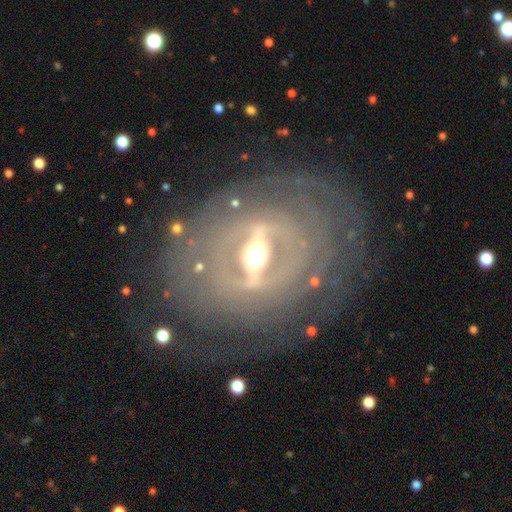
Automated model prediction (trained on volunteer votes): Smooth or featured? Predicted: featured or disk (p=0.88). Edge-on disk? Predicted: no (p=0.81). Bar? Predicted: strong (p=0.79). Spiral arms? Predicted: yes (p=0.61). Bulge size? Predicted: moderate (p=0.68). Merging? Predicted: none (p=0.74).